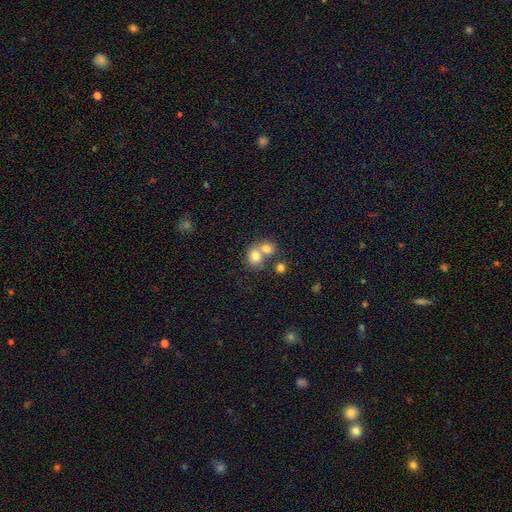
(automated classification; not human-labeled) Overall: smooth (75%). How rounded: round (62%; in between 37%). Merging: merger (59%; none 30%).